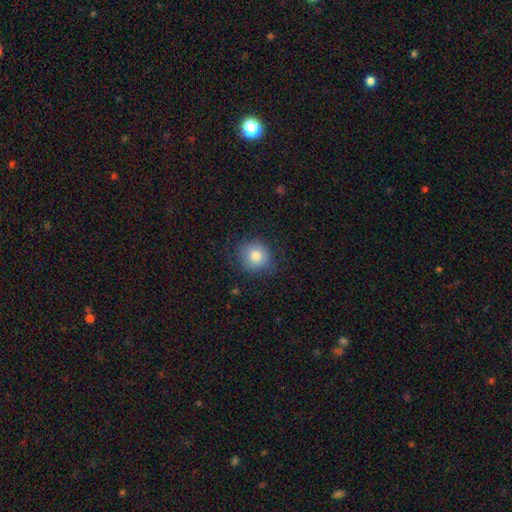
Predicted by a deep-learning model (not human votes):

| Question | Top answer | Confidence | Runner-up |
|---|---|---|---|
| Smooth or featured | smooth | 81% | featured or disk (10%) |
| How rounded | round | 86% | in between (13%) |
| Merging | none | 78% | minor disturbance (16%) |